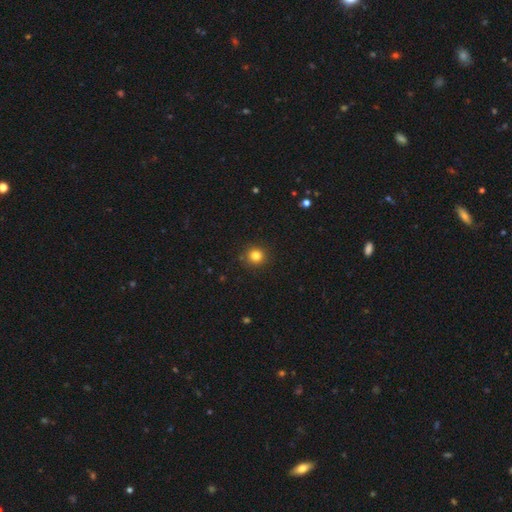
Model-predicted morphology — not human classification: Smooth or featured?
  - smooth: 82% *
  - star or artifact: 13%
  - featured or disk: 5%
How rounded?
  - round: 92% *
  - in between: 7%
  - cigar-shaped: 1%
Merging?
  - none: 90% *
  - minor disturbance: 6%
  - major disturbance: 2%
  - merger: 1%